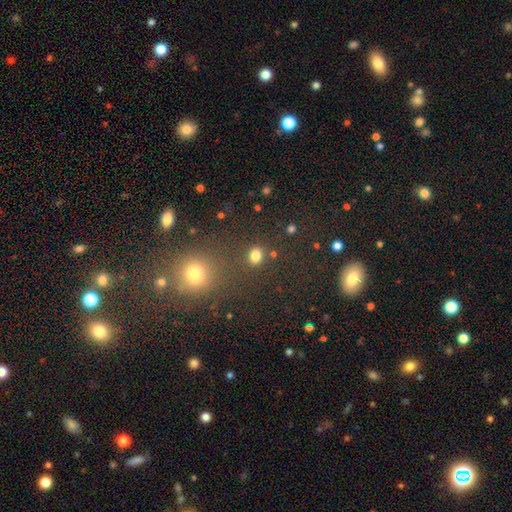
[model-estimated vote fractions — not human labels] Smooth or featured? smooth (79%)
How rounded? round (65%)
Merging? none (81%)